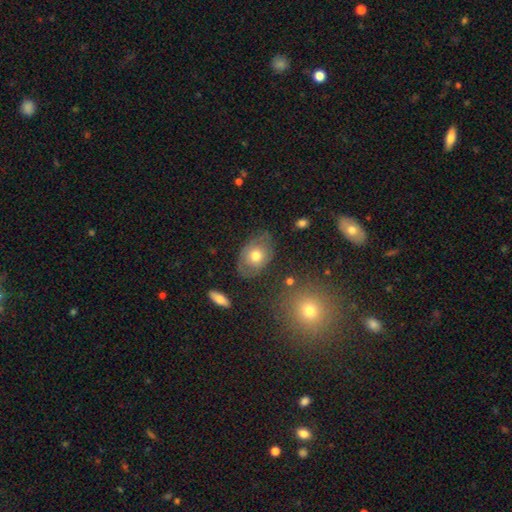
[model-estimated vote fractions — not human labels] Overall: smooth (55%; featured or disk 37%). How rounded: in between (77%). Merging: none (69%).